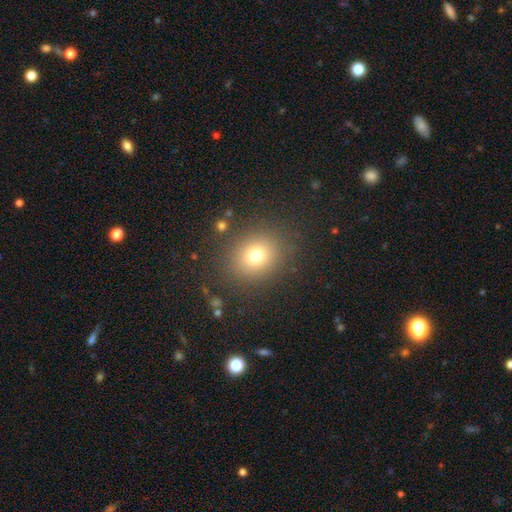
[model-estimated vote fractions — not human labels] This is likely a smooth galaxy (75%). How rounded: likely round (67%). Merging: clearly none (86%).